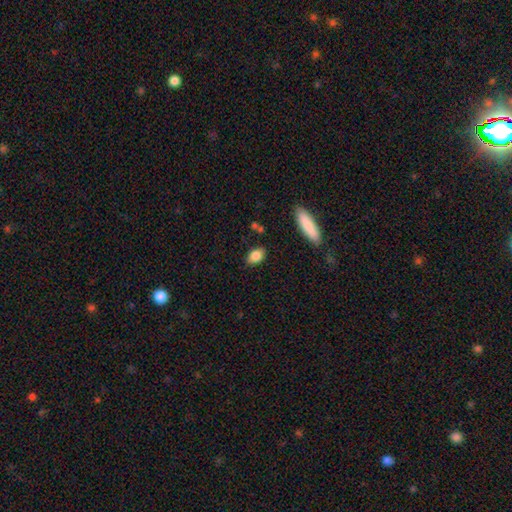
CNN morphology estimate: type=smooth (85%); roundness=in between (86%); merging=none (83%).